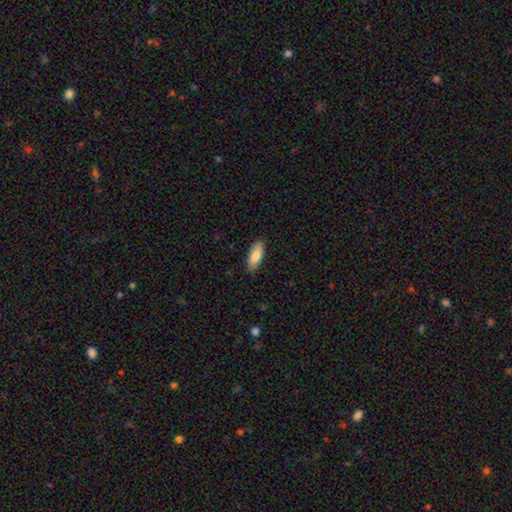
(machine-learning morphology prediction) A smooth galaxy with no disk features (84%) that is in between round and cigar-shaped (74%). Merging: none (87%).